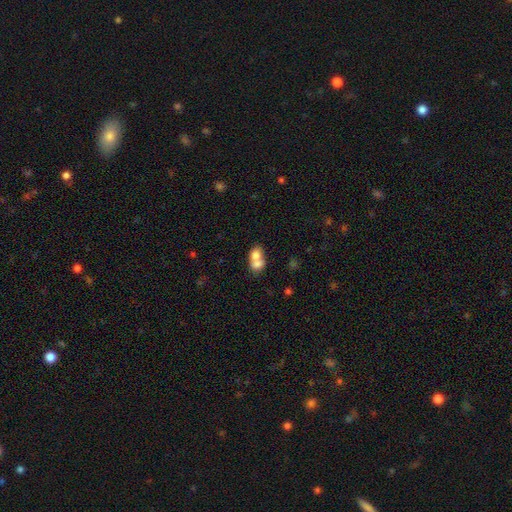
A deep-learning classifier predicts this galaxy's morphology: Smooth or featured: smooth — 71% (featured or disk — 21%)
How rounded: in between — 55% (round — 44%)
Merging: merger — 76% (none — 17%)